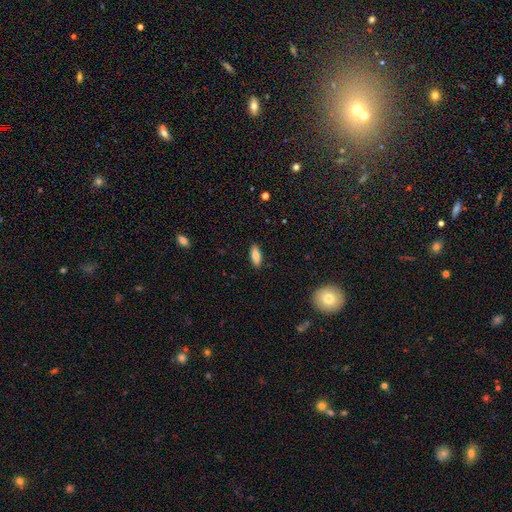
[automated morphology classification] This is clearly a smooth galaxy (81%). How rounded: likely in between (66%). Merging: clearly none (89%).